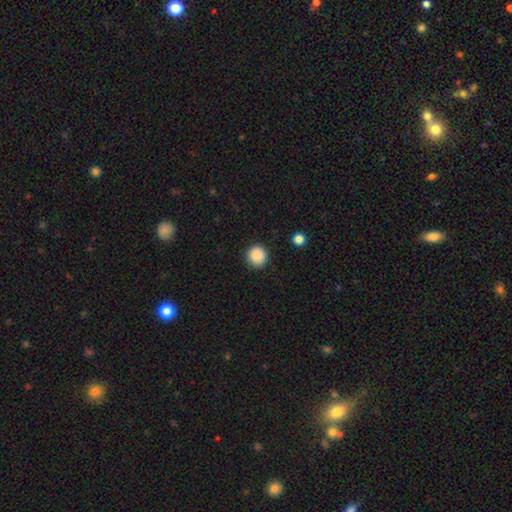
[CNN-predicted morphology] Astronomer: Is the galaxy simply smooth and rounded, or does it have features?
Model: smooth — 89%.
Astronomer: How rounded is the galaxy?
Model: round — 94%.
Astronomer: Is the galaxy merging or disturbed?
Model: none — 91%.